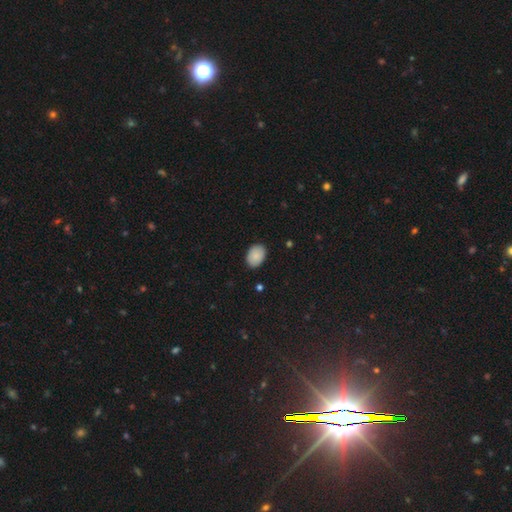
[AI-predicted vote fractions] Q: Smooth or featured?
A: smooth (88%); runner-up: star or artifact (7%)
Q: How rounded?
A: in between (78%); runner-up: round (21%)
Q: Merging?
A: none (88%); runner-up: minor disturbance (10%)